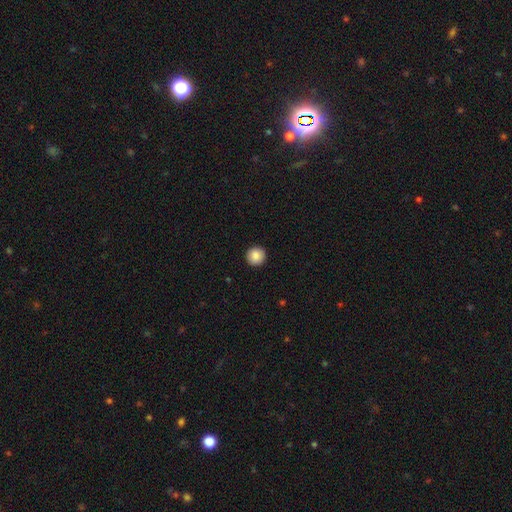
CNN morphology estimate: type=smooth (88%); roundness=round (95%); merging=none (93%).